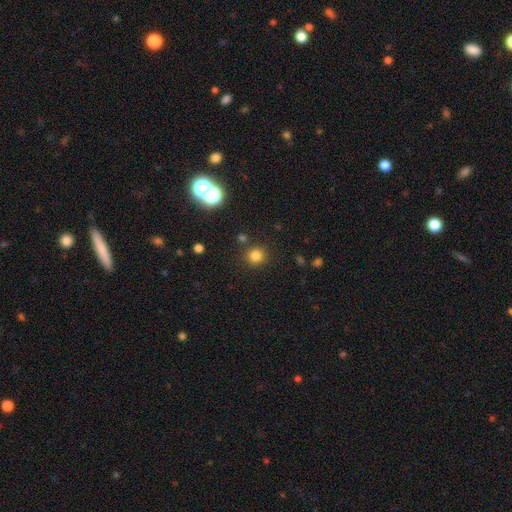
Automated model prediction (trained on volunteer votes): Smooth or featured? Predicted: smooth (p=0.80). How rounded? Predicted: round (p=0.92). Merging? Predicted: none (p=0.85).